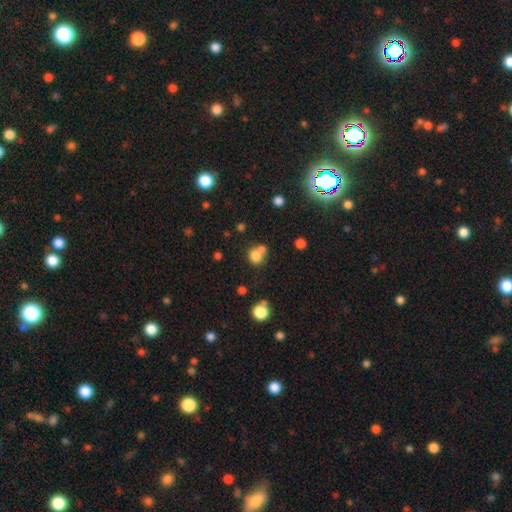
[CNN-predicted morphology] Smooth or featured? Predicted: smooth (p=0.77). How rounded? Predicted: round (p=0.82). Merging? Predicted: none (p=0.48).